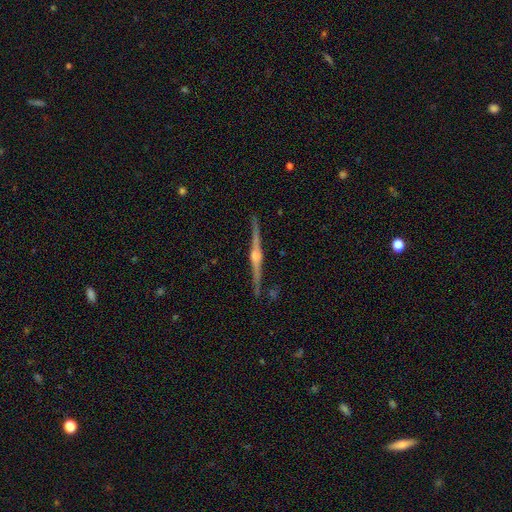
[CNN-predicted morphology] type=featured or disk (90%); edge-on=yes (99%); edge-on bulge=rounded (91%); merging=none (92%).